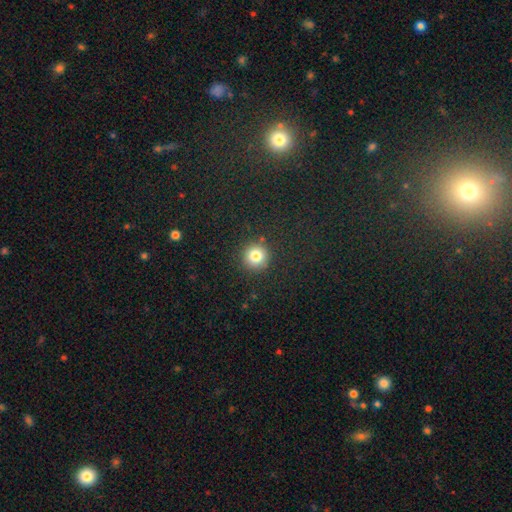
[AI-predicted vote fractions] Q: Smooth or featured?
A: smooth (81%); runner-up: star or artifact (13%)
Q: How rounded?
A: round (94%); runner-up: in between (5%)
Q: Merging?
A: none (90%); runner-up: minor disturbance (6%)